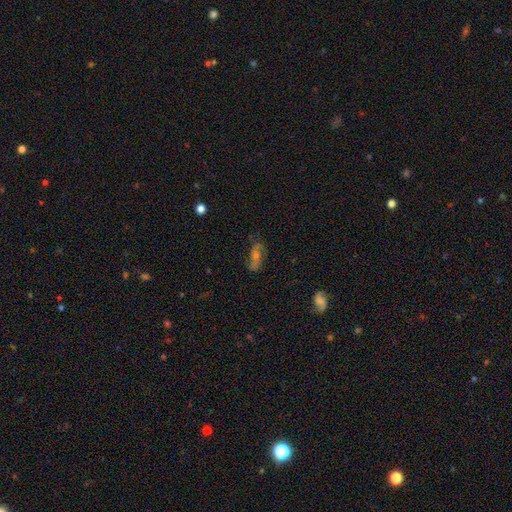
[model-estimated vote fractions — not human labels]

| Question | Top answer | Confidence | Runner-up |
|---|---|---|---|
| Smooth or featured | featured or disk | 60% | smooth (25%) |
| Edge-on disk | no | 85% | yes (15%) |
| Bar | no | 50% | weak (34%) |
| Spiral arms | yes | 84% | no (16%) |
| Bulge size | moderate | 46% | small (43%) |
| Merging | none | 73% | minor disturbance (17%) |